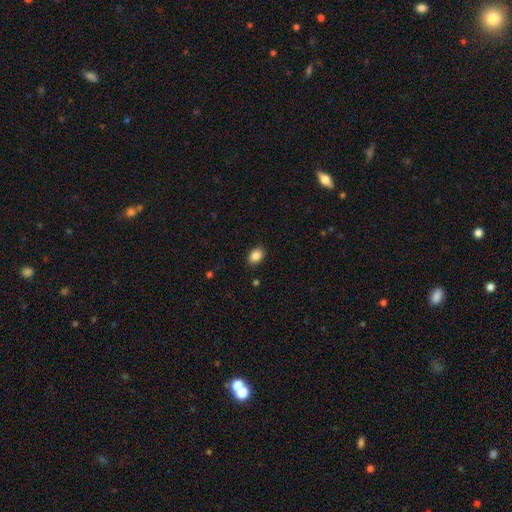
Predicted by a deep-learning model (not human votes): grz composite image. It shows a smooth galaxy with no disk features (88%) that is in between round and cigar-shaped (76%). Merging: none (88%).